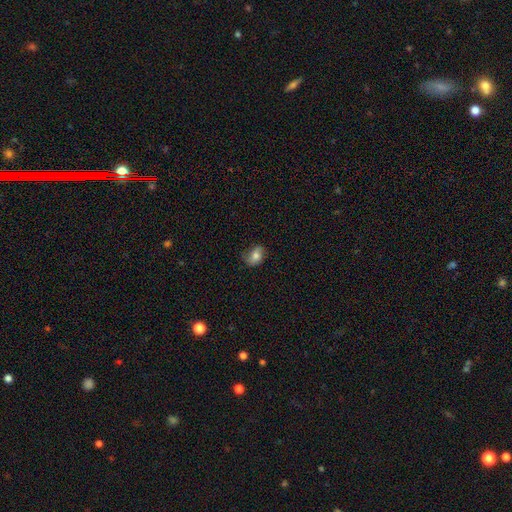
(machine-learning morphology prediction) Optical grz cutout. It shows a smooth galaxy with no disk features (69%) that is in between round and cigar-shaped (73%). Merging: none (66%).